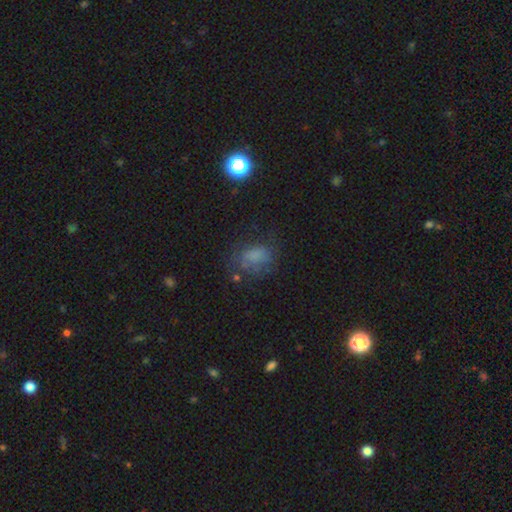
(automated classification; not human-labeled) This is possibly a smooth galaxy (60%). How rounded: likely in between (68%). Merging: possibly none (57%).